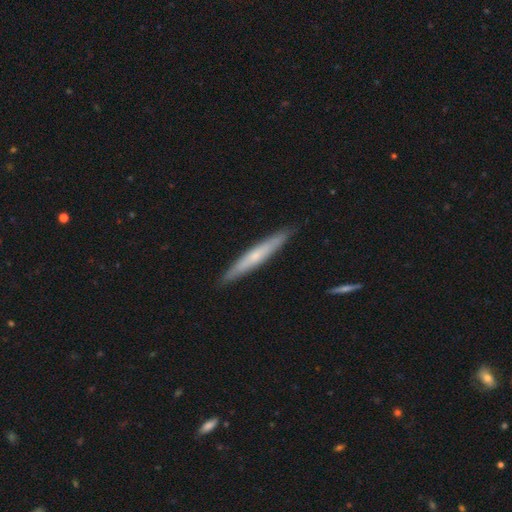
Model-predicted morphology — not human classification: featured or disk 48%, smooth 46%, star or artifact 6%. Down the decision tree: merging — none (90%).